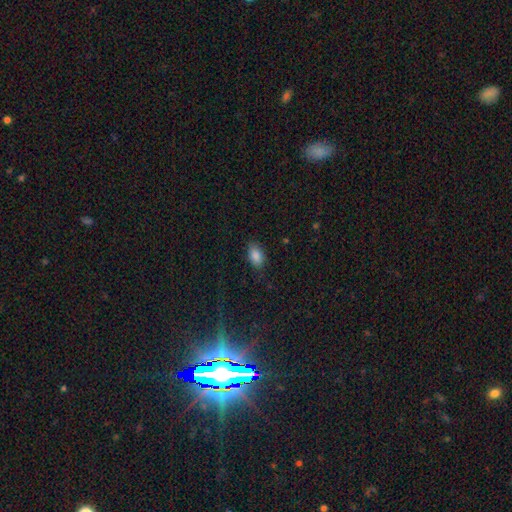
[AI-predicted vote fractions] smooth 86%, star or artifact 9%, featured or disk 5%. Down the decision tree: how rounded — in between (89%); merging — none (80%).